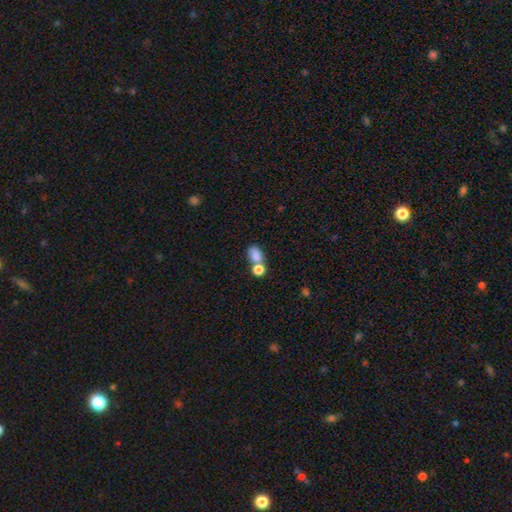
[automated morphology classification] Smooth or featured? smooth (79%)
How rounded? in between (72%)
Merging? merger (48%)